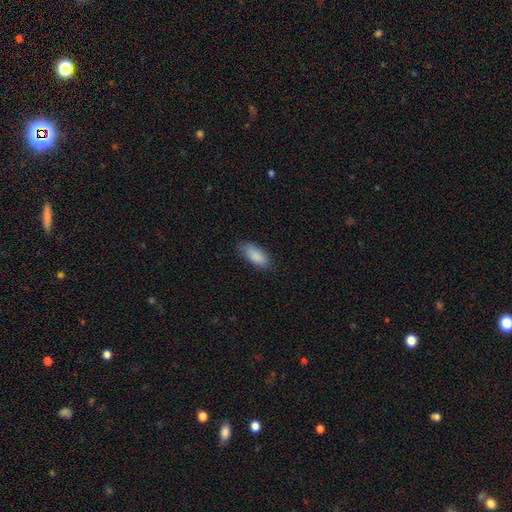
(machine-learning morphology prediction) type=smooth (89%); roundness=in between (86%); merging=none (81%).